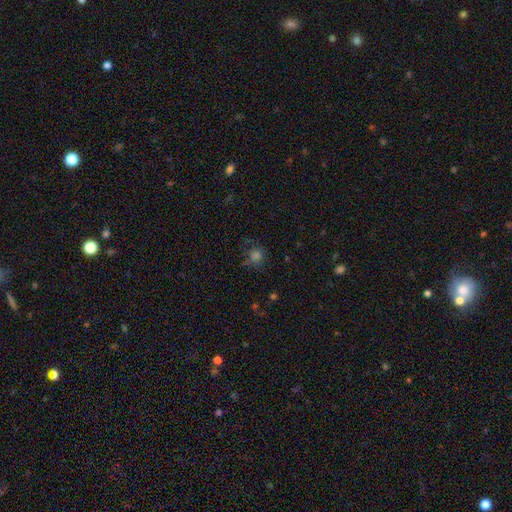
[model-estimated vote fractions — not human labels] smooth_or_featured: smooth (p=0.61) [alt: star or artifact p=0.27]
how_rounded: round (p=0.87) [alt: in between p=0.12]
merging: none (p=0.68) [alt: minor disturbance p=0.18]